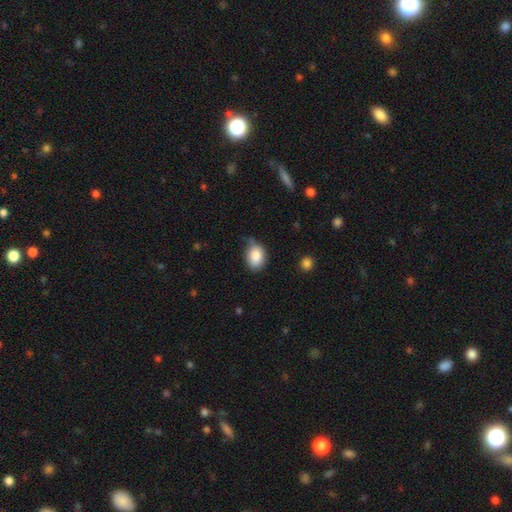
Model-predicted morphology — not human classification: Smooth or featured? Predicted: smooth (p=0.85). How rounded? Predicted: in between (p=0.71). Merging? Predicted: none (p=0.58).